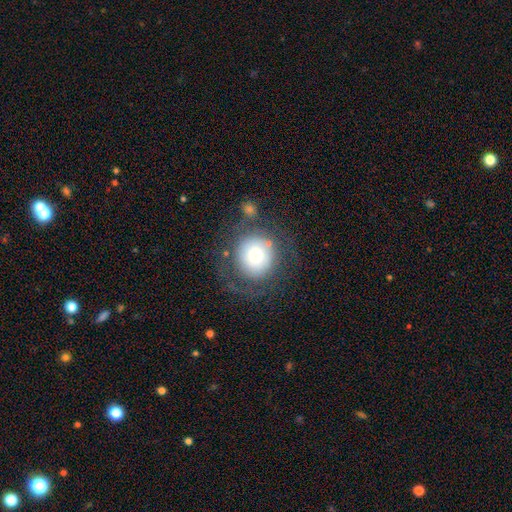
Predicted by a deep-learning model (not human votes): Smooth or featured: smooth — 62% (featured or disk — 27%)
How rounded: round — 92% (in between — 7%)
Merging: none — 67% (minor disturbance — 15%)